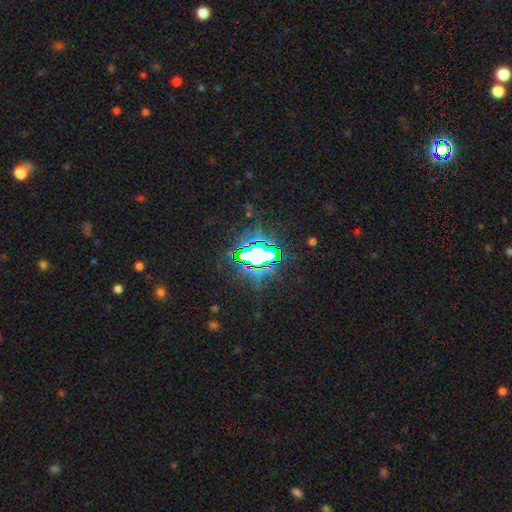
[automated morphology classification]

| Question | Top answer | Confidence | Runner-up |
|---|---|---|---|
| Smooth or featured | star or artifact | 72% | smooth (16%) |